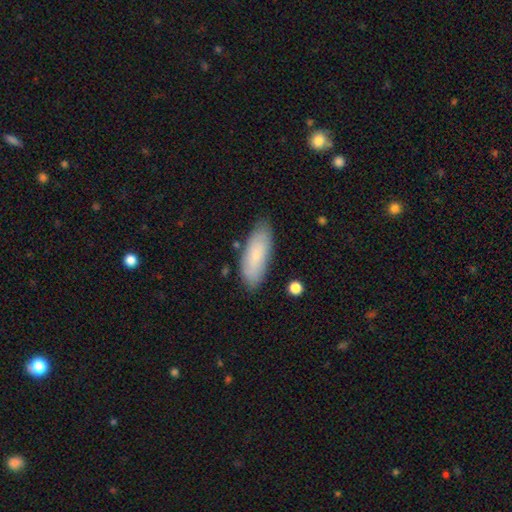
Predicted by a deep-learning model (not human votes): Smooth or featured? smooth (79%)
How rounded? in between (72%)
Merging? none (81%)